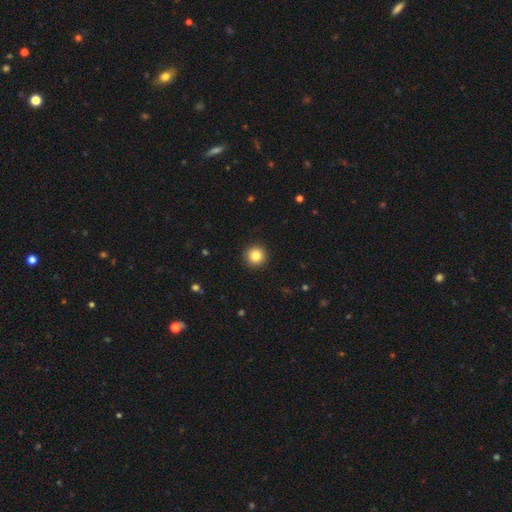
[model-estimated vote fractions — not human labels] A smooth galaxy with no disk features (84%) that is round (96%). Merging: none (93%).